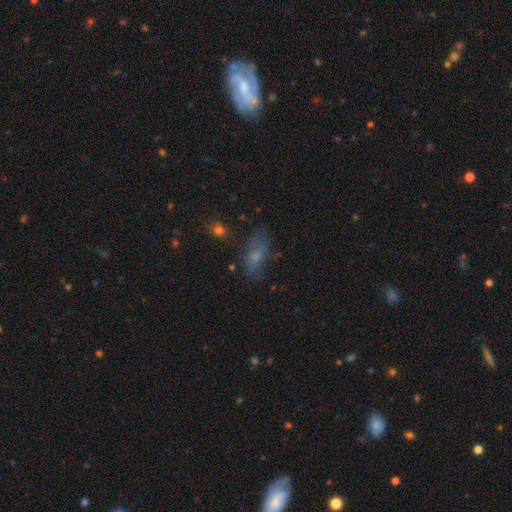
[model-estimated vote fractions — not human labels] Smooth or featured? smooth (56%)
How rounded? in between (79%)
Merging? none (58%)